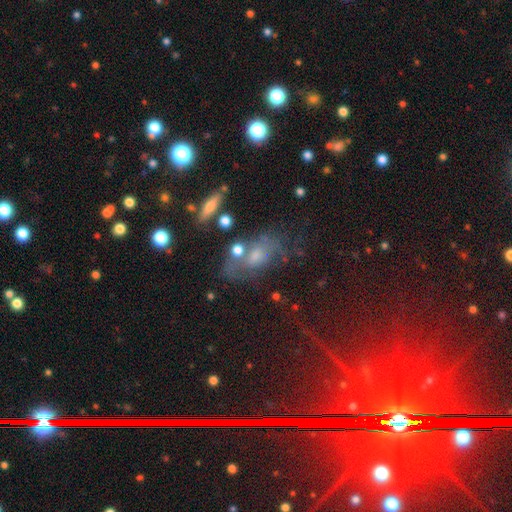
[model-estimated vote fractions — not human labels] smooth_or_featured: featured or disk (p=0.40) [alt: smooth p=0.39]
merging: none (p=0.49) [alt: minor disturbance p=0.23]